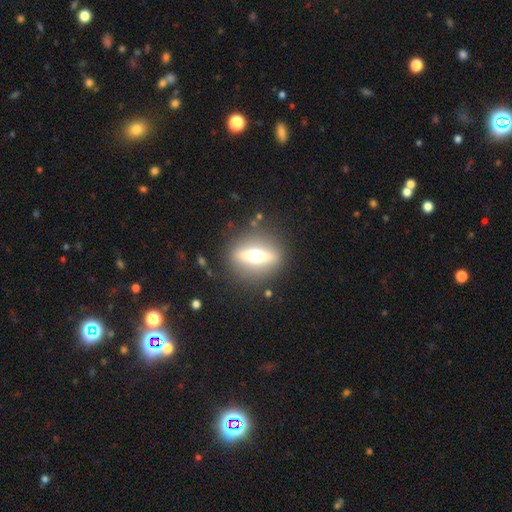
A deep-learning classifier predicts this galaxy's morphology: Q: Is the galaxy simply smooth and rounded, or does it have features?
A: featured or disk — 66%.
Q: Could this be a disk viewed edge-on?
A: yes — 73%.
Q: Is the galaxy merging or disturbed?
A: none — 85%.